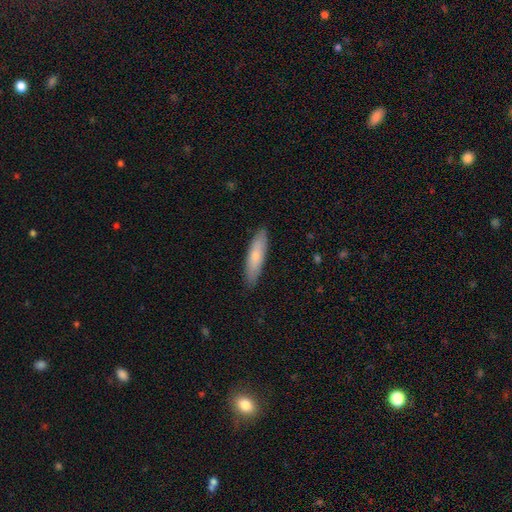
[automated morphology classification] type=smooth (74%); roundness=cigar-shaped (73%); merging=none (88%).